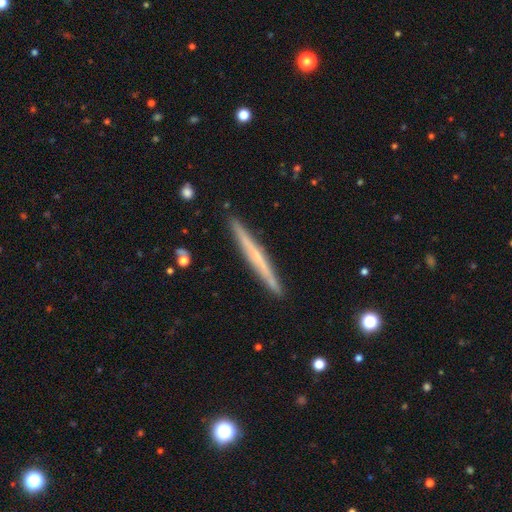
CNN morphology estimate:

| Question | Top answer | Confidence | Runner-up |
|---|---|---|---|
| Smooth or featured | featured or disk | 55% | smooth (39%) |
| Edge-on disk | yes | 97% | no (3%) |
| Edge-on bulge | none | 74% | rounded (21%) |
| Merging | none | 91% | minor disturbance (6%) |